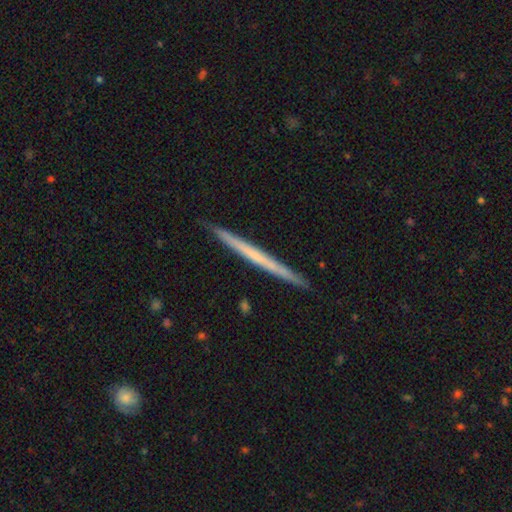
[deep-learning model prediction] Morphology: type=featured or disk (54%); edge-on=yes (98%); edge-on bulge=none (90%); merging=none (92%).